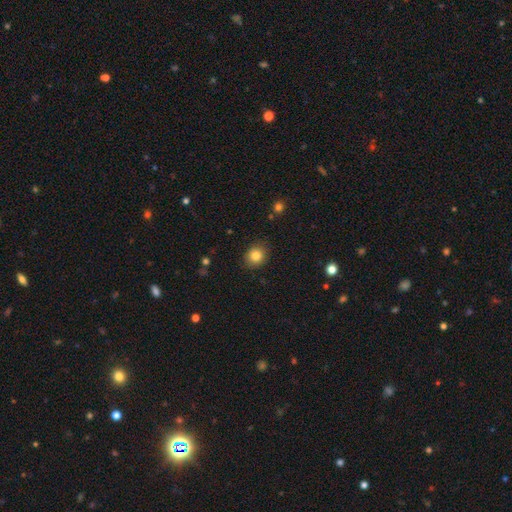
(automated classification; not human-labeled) Q: Smooth or featured?
A: smooth (83%); runner-up: star or artifact (10%)
Q: How rounded?
A: round (72%); runner-up: in between (27%)
Q: Merging?
A: none (86%); runner-up: minor disturbance (10%)